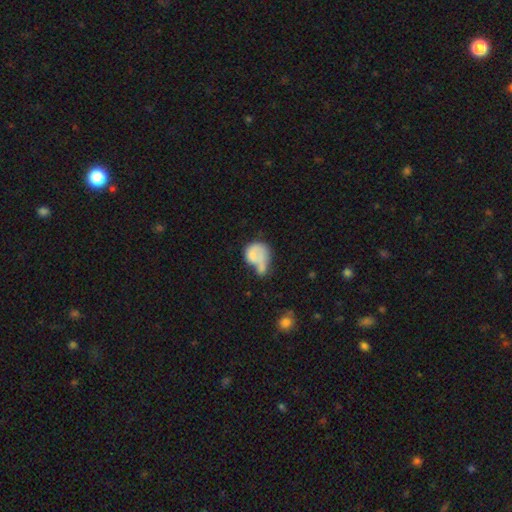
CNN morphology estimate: This appears to be a smooth galaxy with no disk features (59%) that is in between round and cigar-shaped (51%). Merging: major disturbance (32%).